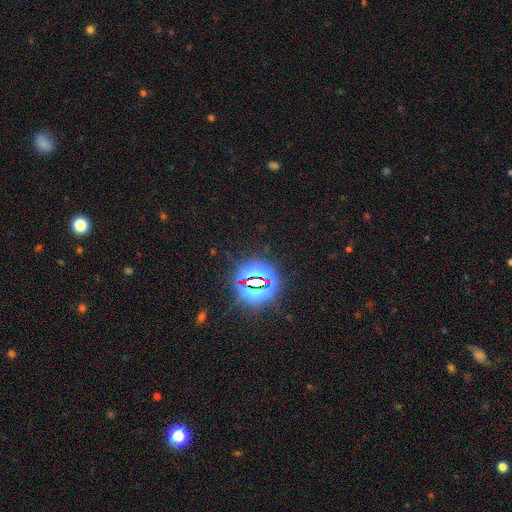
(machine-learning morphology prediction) The model was most divided on "smooth or featured": star or artifact: 82%, smooth: 12%, featured or disk: 6%.